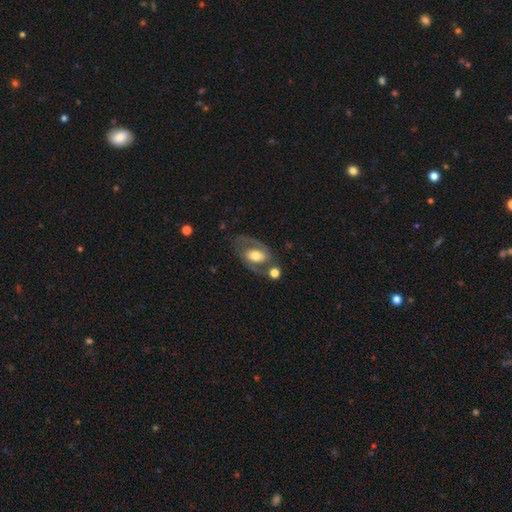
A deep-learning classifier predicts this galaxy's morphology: smooth-or-featured: featured or disk: 75% | smooth: 19% | star or artifact: 6%
  disk-edge-on: no: 96% | yes: 4%
    bar: no: 47% | weak: 35% | strong: 18%
    has-spiral-arms: yes: 83% | no: 17%
      spiral-winding: medium: 54% | loose: 23% | tight: 23%
      spiral-arm-count: 2: 86% | 1: 6% | can't tell: 6% | 3: 1% | 4: 1% | more than 4: 1%
    bulge-size: moderate: 62% | large: 23% | small: 11% | dominant: 2% | none: 2%
  merging: none: 61% | minor disturbance: 17% | major disturbance: 11% | merger: 10%